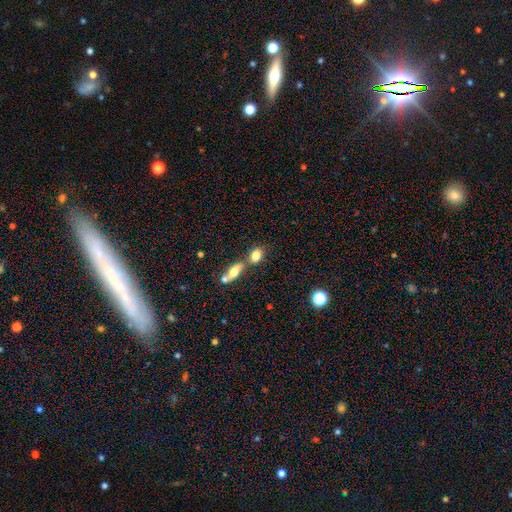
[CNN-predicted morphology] A smooth galaxy with no disk features (79%) that is in between round and cigar-shaped (71%).

Vote fractions:
- Smooth or featured? smooth: 79% / featured or disk: 12% / star or artifact: 9%
- How rounded? in between: 71% / round: 25% / cigar-shaped: 5%
- Merging? none: 46% / merger: 40% / minor disturbance: 10% / major disturbance: 4%